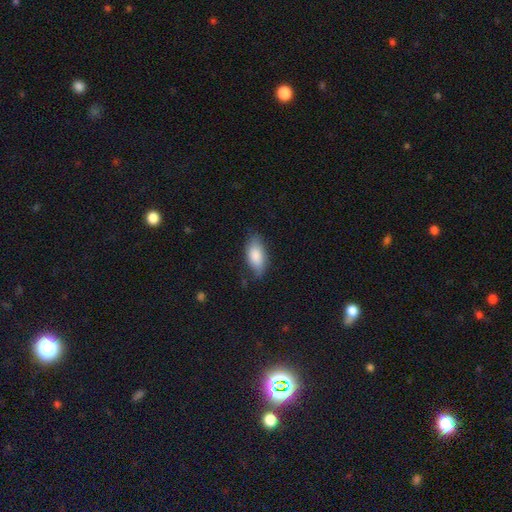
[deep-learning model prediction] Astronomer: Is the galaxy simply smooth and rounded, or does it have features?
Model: smooth — 84%.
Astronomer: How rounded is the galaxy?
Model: in between — 89%.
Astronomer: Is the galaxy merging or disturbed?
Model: none — 72%.